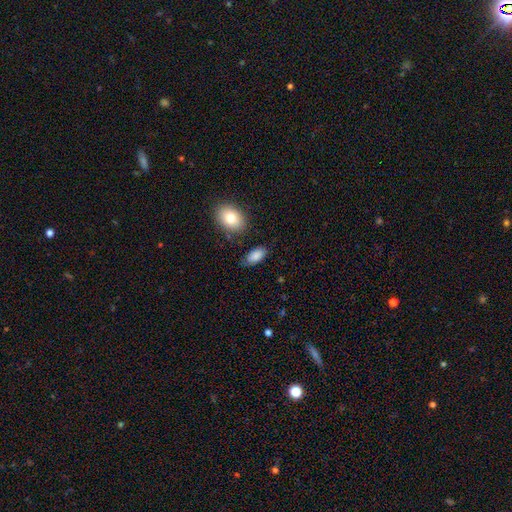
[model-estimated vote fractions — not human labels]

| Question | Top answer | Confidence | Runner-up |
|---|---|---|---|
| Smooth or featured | smooth | 84% | featured or disk (8%) |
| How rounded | in between | 93% | round (4%) |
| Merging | none | 74% | minor disturbance (19%) |